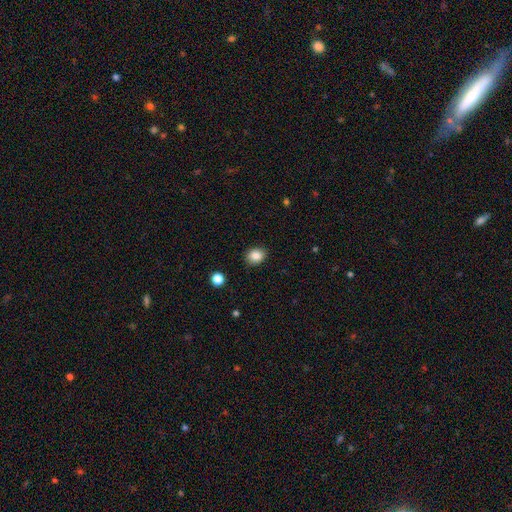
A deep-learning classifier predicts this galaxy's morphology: Smooth or featured? smooth (85%)
How rounded? round (51%)
Merging? none (89%)